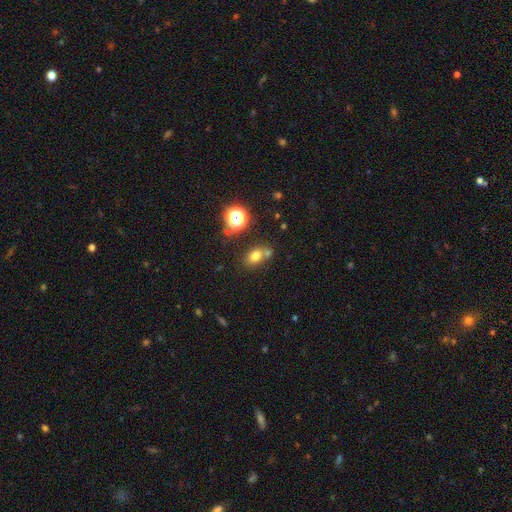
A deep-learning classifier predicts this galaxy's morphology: This appears to be a smooth galaxy with no disk features (73%) that is in between round and cigar-shaped (61%). Merging: none (57%).